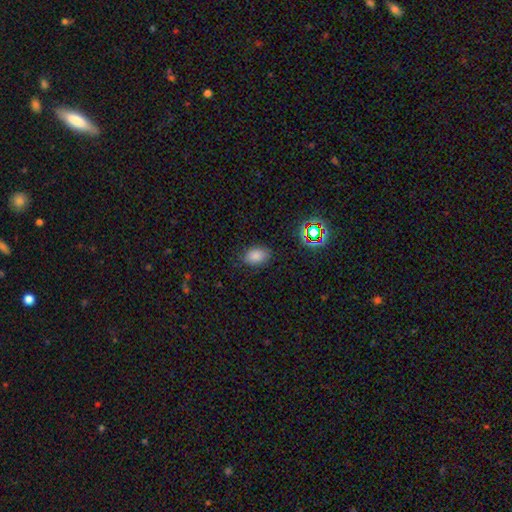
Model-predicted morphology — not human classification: smooth_or_featured: smooth (p=0.79) [alt: star or artifact p=0.15]
how_rounded: in between (p=0.83) [alt: round p=0.15]
merging: none (p=0.82) [alt: minor disturbance p=0.13]